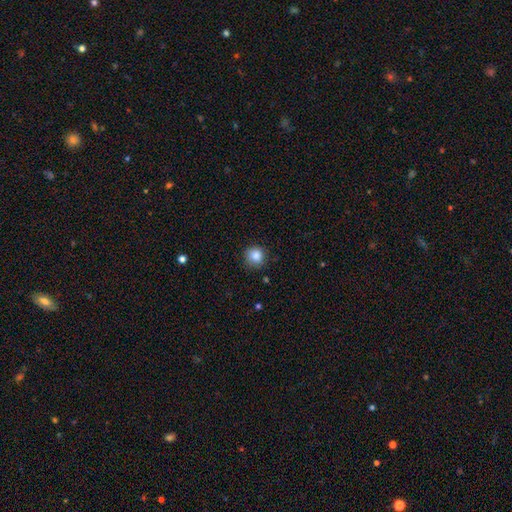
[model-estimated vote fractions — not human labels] Smooth or featured? smooth (86%)
How rounded? round (90%)
Merging? none (81%)